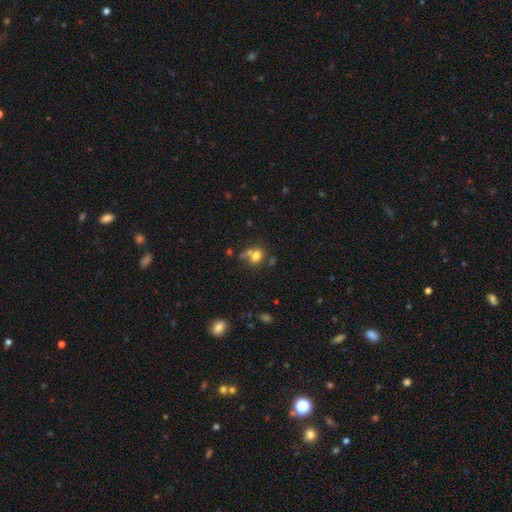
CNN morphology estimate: Smooth or featured? Predicted: smooth (p=0.74). How rounded? Predicted: round (p=0.58). Merging? Predicted: none (p=0.42).